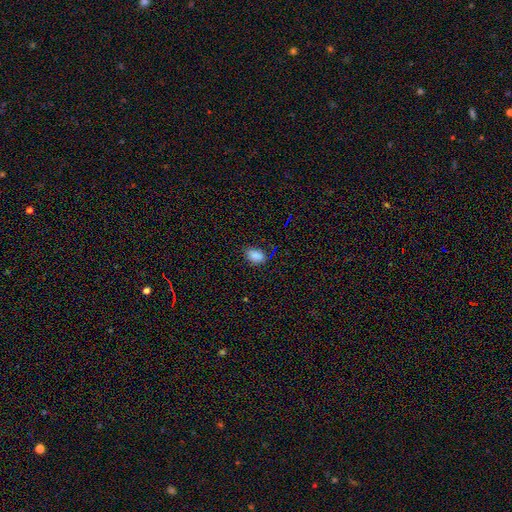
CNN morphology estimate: type=smooth (81%); roundness=in between (87%); merging=none (77%).